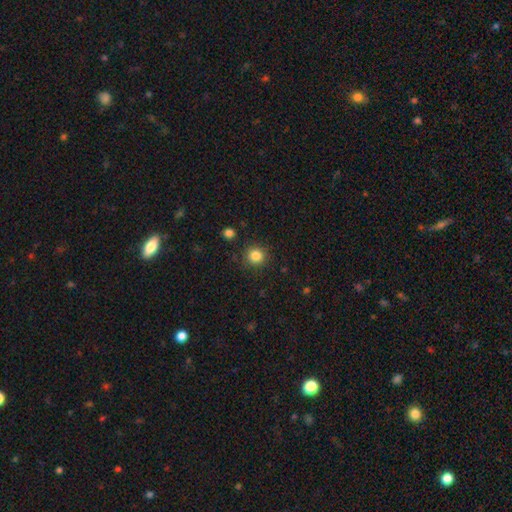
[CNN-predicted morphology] The model was most divided on "smooth or featured": smooth: 84%, star or artifact: 11%, featured or disk: 5%. More confident: how rounded — round (91%); merging — none (88%).